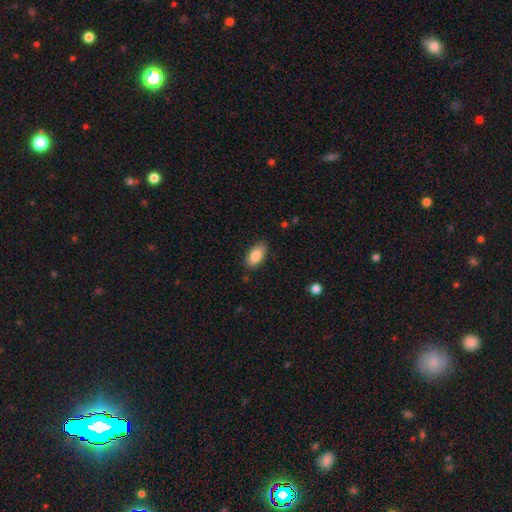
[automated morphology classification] Smooth or featured? smooth (87%)
How rounded? in between (93%)
Merging? none (85%)